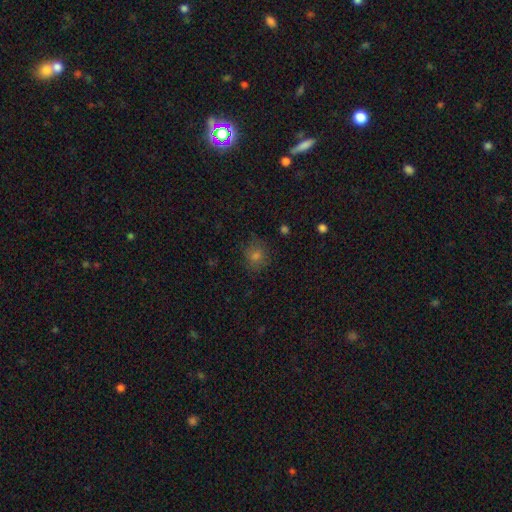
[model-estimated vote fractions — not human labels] Morphology: type=smooth (67%); roundness=round (85%); merging=none (84%).